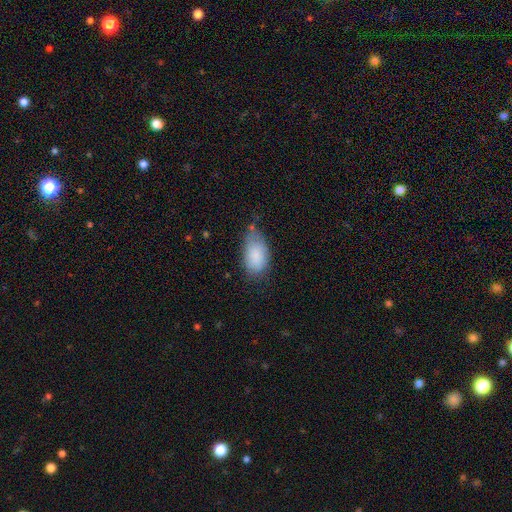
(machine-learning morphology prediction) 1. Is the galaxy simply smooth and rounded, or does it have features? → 85% smooth, 8% featured or disk, 7% star or artifact.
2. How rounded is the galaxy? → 93% in between, 5% round, 2% cigar-shaped.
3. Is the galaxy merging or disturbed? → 52% none, 35% minor disturbance, 9% major disturbance, 3% merger.